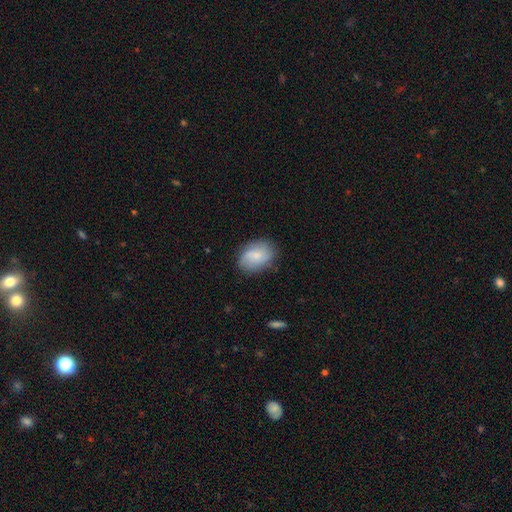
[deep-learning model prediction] Q: Smooth or featured?
A: smooth (62%); runner-up: featured or disk (30%)
Q: How rounded?
A: in between (70%); runner-up: round (28%)
Q: Merging?
A: none (75%); runner-up: minor disturbance (19%)